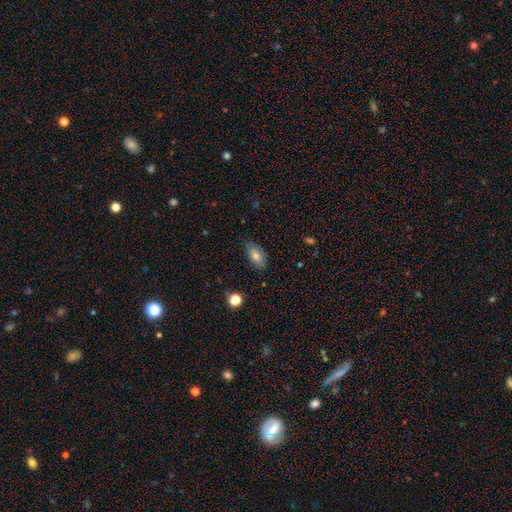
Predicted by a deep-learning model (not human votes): This is likely a smooth galaxy (77%). How rounded: clearly in between (90%). Merging: clearly none (81%).